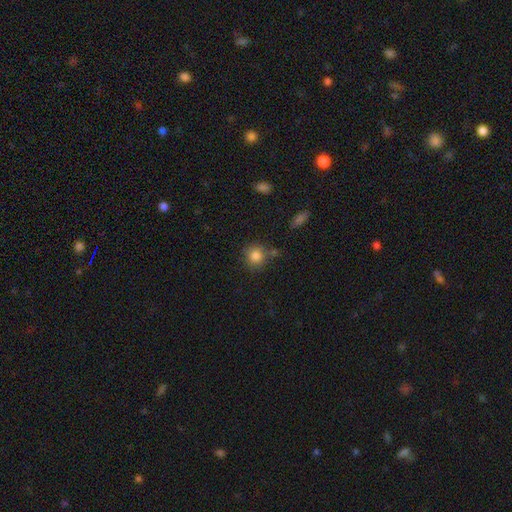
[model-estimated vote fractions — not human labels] Smooth or featured? Predicted: smooth (p=0.84). How rounded? Predicted: round (p=0.90). Merging? Predicted: none (p=0.72).